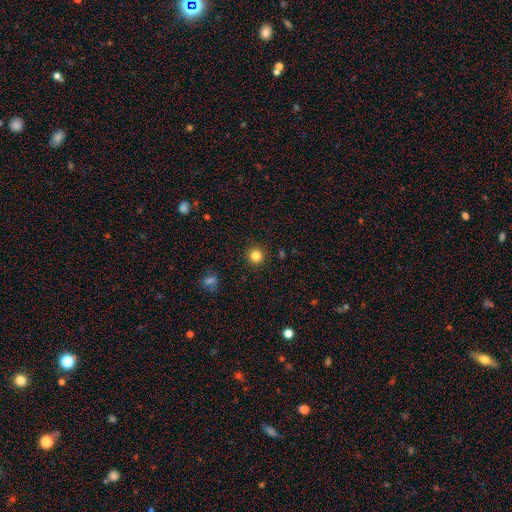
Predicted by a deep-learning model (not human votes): smooth-or-featured: smooth: 83% | star or artifact: 13% | featured or disk: 5%
  how-rounded: round: 95% | in between: 4% | cigar-shaped: 1%
  merging: none: 92% | minor disturbance: 5% | major disturbance: 2% | merger: 1%